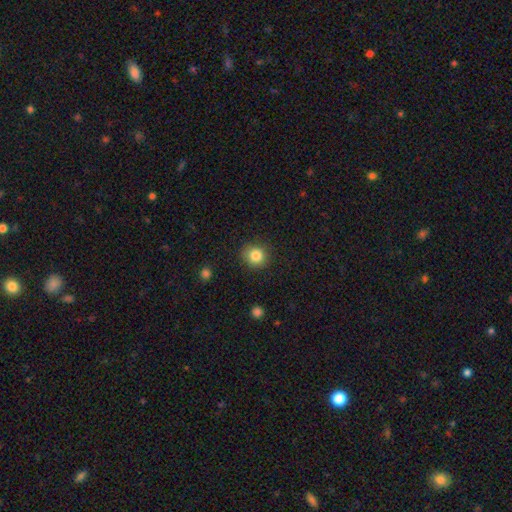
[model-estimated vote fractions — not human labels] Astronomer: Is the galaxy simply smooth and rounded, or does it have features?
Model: smooth — 84%.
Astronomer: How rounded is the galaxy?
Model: round — 90%.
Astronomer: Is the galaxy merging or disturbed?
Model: none — 87%.